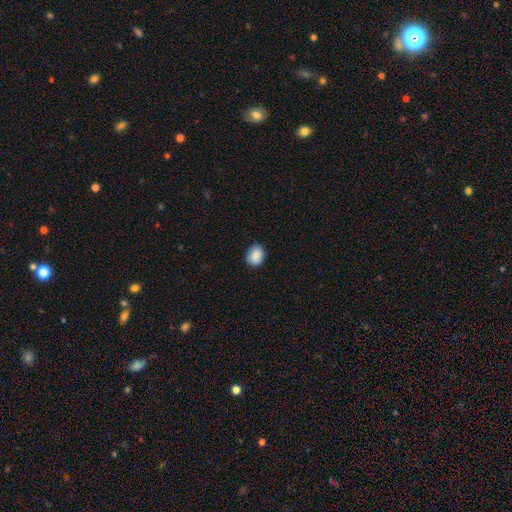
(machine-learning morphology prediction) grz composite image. It shows a smooth galaxy with no disk features (88%) that is in between round and cigar-shaped (52%). Merging: none (80%).